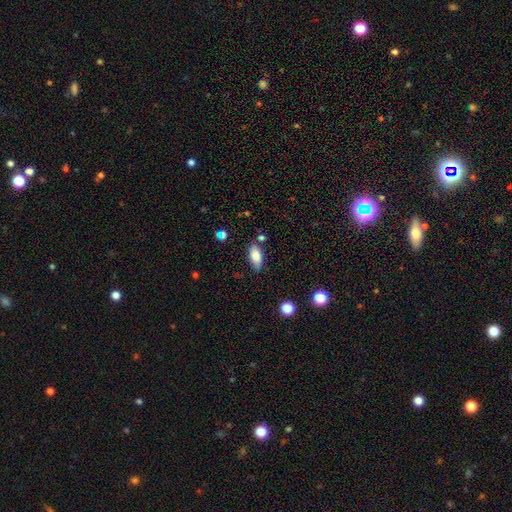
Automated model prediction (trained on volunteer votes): A smooth galaxy with no disk features (81%) that is in between round and cigar-shaped (86%).

Vote fractions:
- Smooth or featured? smooth: 81% / featured or disk: 11% / star or artifact: 8%
- How rounded? in between: 86% / cigar-shaped: 11% / round: 3%
- Merging? none: 74% / minor disturbance: 17% / merger: 5% / major disturbance: 4%